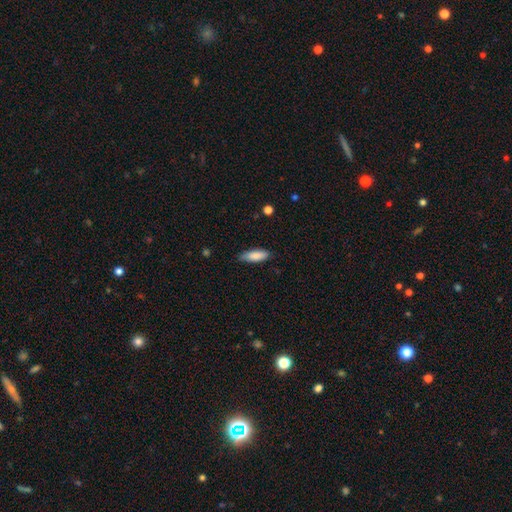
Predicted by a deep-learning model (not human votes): Smooth or featured?
  - smooth: 86% *
  - featured or disk: 8%
  - star or artifact: 6%
How rounded?
  - in between: 65% *
  - cigar-shaped: 33%
  - round: 2%
Merging?
  - none: 74% *
  - minor disturbance: 22%
  - major disturbance: 3%
  - merger: 1%